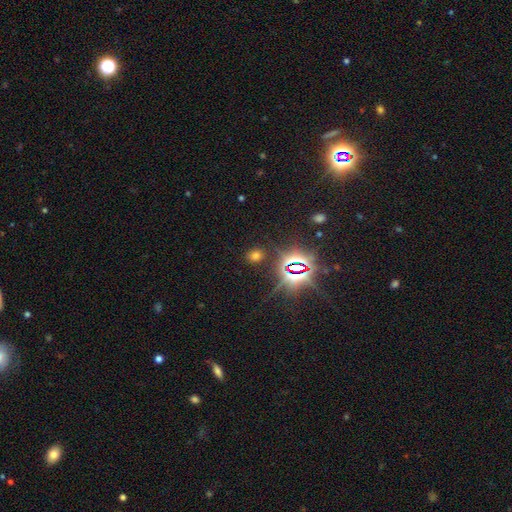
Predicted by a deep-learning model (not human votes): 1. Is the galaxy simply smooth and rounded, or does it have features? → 54% smooth, 39% star or artifact, 7% featured or disk.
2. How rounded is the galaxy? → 50% in between, 47% round, 2% cigar-shaped.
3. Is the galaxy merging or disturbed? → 85% none, 9% minor disturbance, 4% major disturbance, 3% merger.